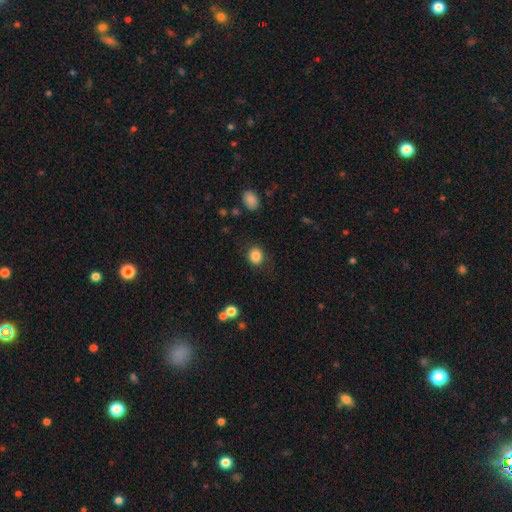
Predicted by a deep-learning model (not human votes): Smooth or featured? Predicted: smooth (p=0.85). How rounded? Predicted: round (p=0.74). Merging? Predicted: none (p=0.83).